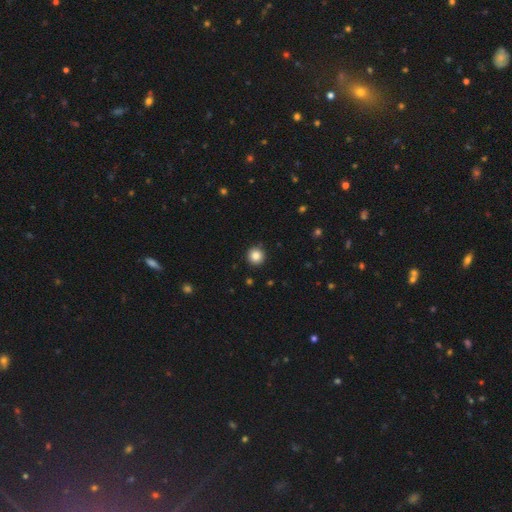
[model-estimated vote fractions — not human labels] Smooth or featured? Predicted: smooth (p=0.85). How rounded? Predicted: round (p=0.95). Merging? Predicted: none (p=0.92).